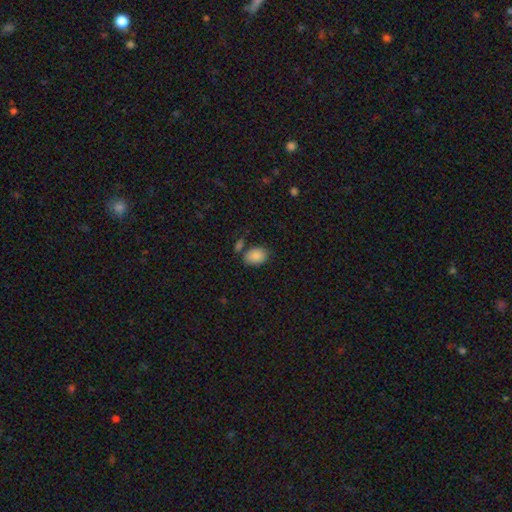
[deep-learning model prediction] smooth-or-featured: smooth: 87% | star or artifact: 8% | featured or disk: 5%
  how-rounded: in between: 80% | round: 19% | cigar-shaped: 1%
  merging: none: 71% | minor disturbance: 15% | merger: 11% | major disturbance: 4%